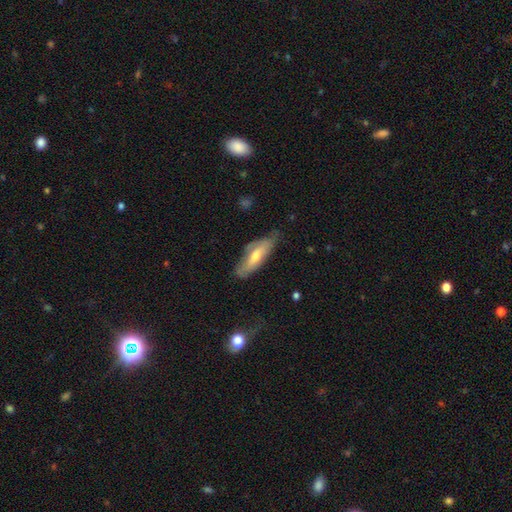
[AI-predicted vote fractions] This is possibly a smooth galaxy (49%). Merging: possibly none (59%).